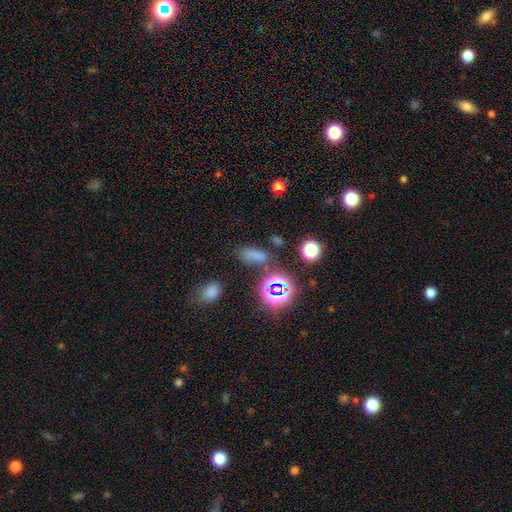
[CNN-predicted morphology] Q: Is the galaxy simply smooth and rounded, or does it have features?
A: smooth — 59%.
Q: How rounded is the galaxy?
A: in between — 79%.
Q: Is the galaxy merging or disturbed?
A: none — 59%.